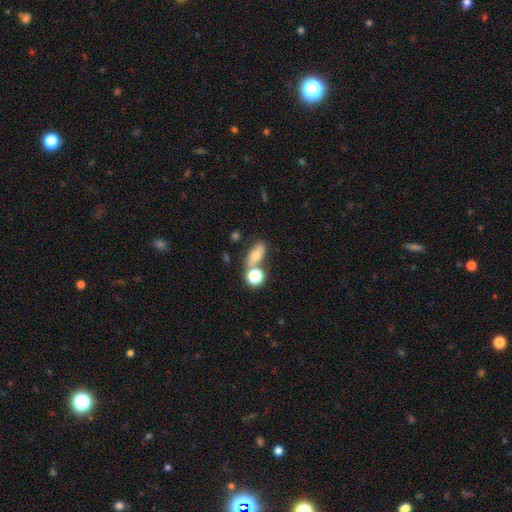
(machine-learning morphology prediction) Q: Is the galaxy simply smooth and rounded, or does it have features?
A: smooth — 67%.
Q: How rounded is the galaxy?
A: in between — 71%.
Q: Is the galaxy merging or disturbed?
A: none — 58%.